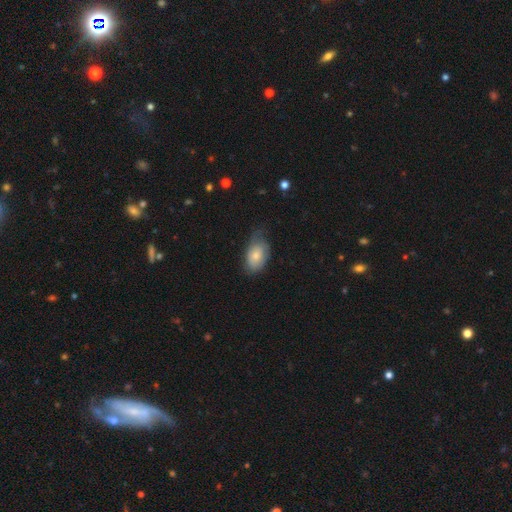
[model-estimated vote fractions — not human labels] Smooth or featured?
  - smooth: 69% *
  - featured or disk: 25%
  - star or artifact: 7%
How rounded?
  - in between: 90% *
  - round: 8%
  - cigar-shaped: 2%
Merging?
  - none: 48% *
  - minor disturbance: 37%
  - major disturbance: 14%
  - merger: 1%